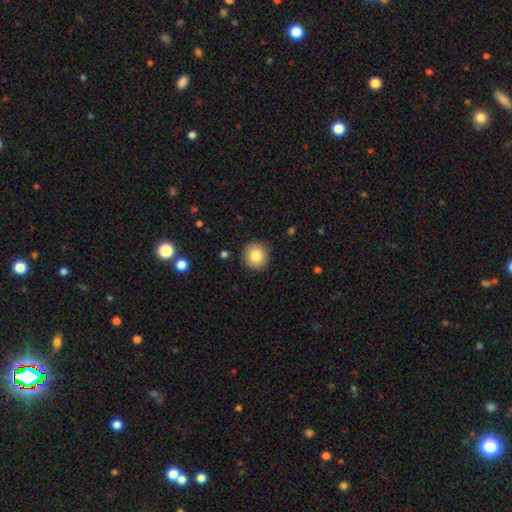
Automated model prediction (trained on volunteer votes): Overall: smooth (84%). How rounded: round (88%). Merging: none (90%).